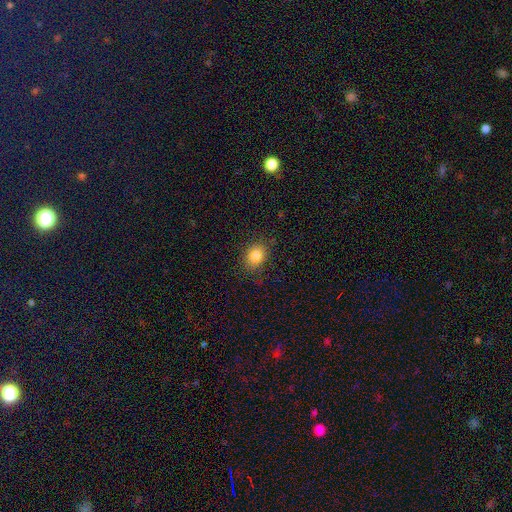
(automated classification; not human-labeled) This is clearly a smooth galaxy (83%). How rounded: possibly round (54%). Merging: clearly none (84%).